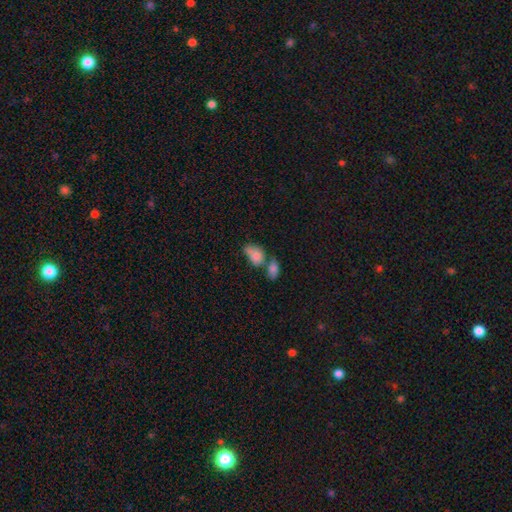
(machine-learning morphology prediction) Smooth or featured? smooth (76%)
How rounded? in between (71%)
Merging? merger (50%)